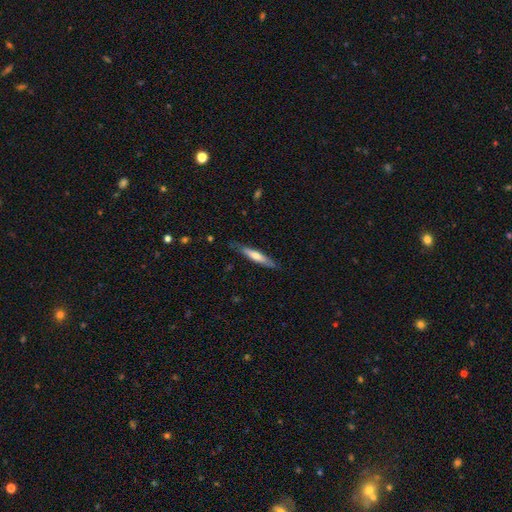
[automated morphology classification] Q: Smooth or featured?
A: smooth (57%); runner-up: featured or disk (38%)
Q: How rounded?
A: cigar-shaped (87%); runner-up: in between (12%)
Q: Merging?
A: none (80%); runner-up: minor disturbance (16%)